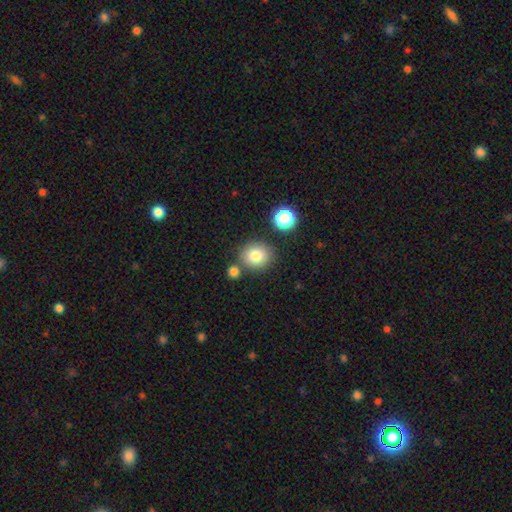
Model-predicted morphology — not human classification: type=smooth (79%); roundness=round (81%); merging=none (76%).